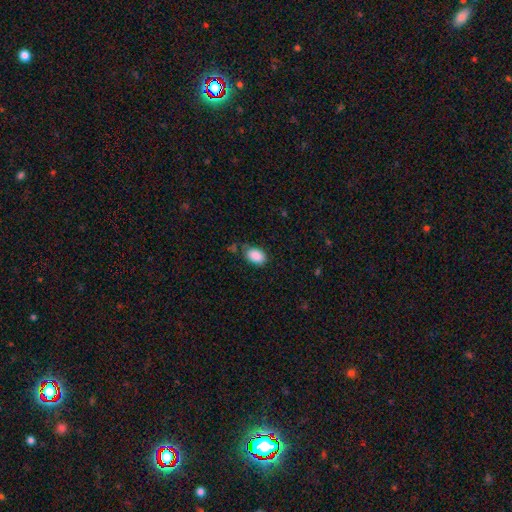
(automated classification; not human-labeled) Morphology: type=smooth (88%); roundness=in between (89%); merging=none (69%).